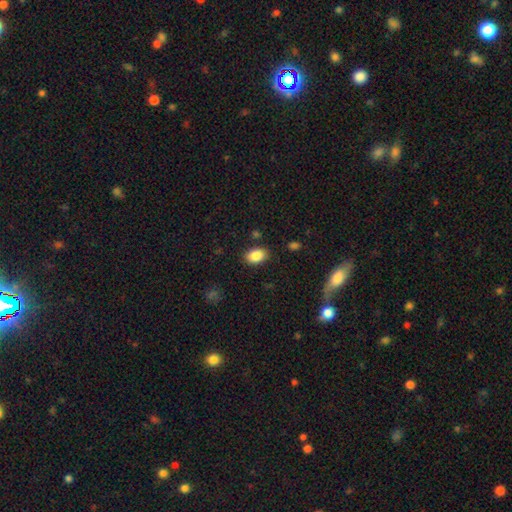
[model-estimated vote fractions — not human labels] A smooth galaxy with no disk features (87%) that is in between round and cigar-shaped (82%).

Vote fractions:
- Smooth or featured? smooth: 87% / star or artifact: 8% / featured or disk: 5%
- How rounded? in between: 82% / round: 17% / cigar-shaped: 1%
- Merging? none: 85% / minor disturbance: 10% / major disturbance: 3% / merger: 2%